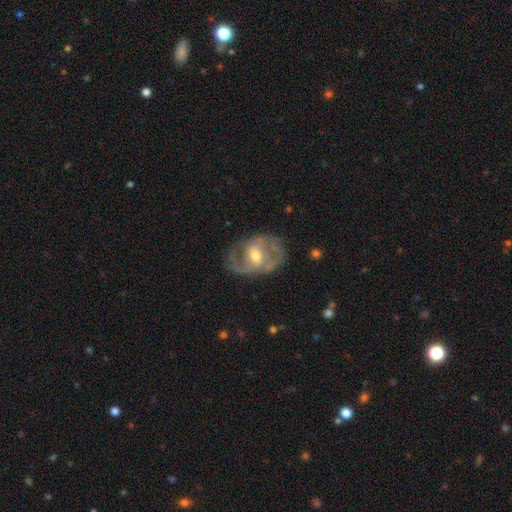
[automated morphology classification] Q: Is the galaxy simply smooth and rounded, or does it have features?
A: featured or disk — 80%.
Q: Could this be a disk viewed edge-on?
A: no — 96%.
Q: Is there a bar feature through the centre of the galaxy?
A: weak — 46%.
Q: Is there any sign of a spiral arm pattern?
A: yes — 80%.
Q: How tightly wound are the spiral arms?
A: medium — 46%.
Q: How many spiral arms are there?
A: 2 — 59%.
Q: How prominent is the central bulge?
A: moderate — 72%.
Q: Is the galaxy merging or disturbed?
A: none — 63%.